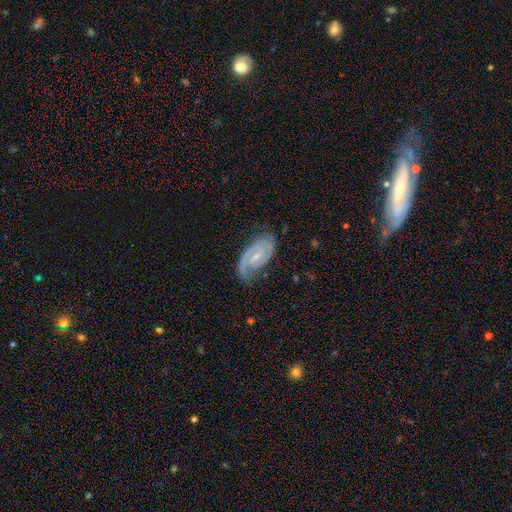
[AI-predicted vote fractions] Overall: featured or disk (88%). Edge-on disk: no (97%). Bar: weak (51%; no 34%). Spiral arms: yes (98%). Spiral arm count: 2 (88%). Spiral winding: tight (47%; medium 43%). Bulge size: small (61%; moderate 30%). Merging: none (77%).